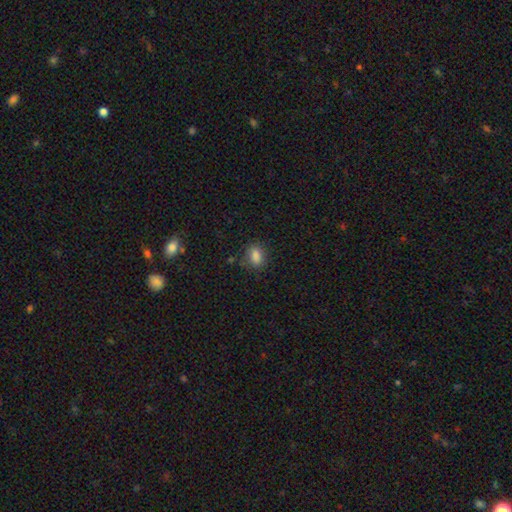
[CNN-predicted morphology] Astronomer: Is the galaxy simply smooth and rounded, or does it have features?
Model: smooth — 85%.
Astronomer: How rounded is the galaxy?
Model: in between — 77%.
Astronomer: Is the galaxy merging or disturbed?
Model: none — 80%.